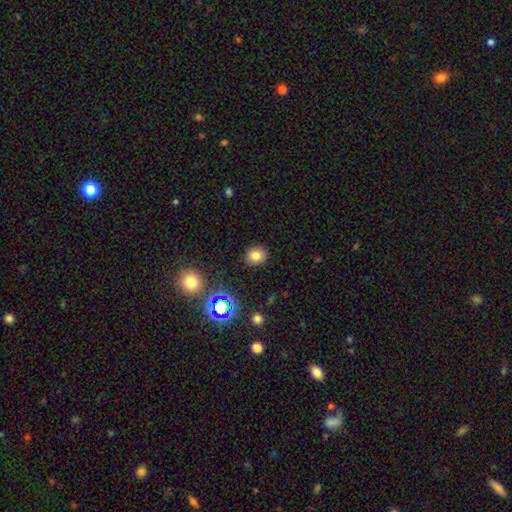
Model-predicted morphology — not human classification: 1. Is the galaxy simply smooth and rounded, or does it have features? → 78% smooth, 15% star or artifact, 7% featured or disk.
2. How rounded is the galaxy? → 73% round, 26% in between, 1% cigar-shaped.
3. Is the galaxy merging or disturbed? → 89% none, 7% minor disturbance, 2% major disturbance, 2% merger.